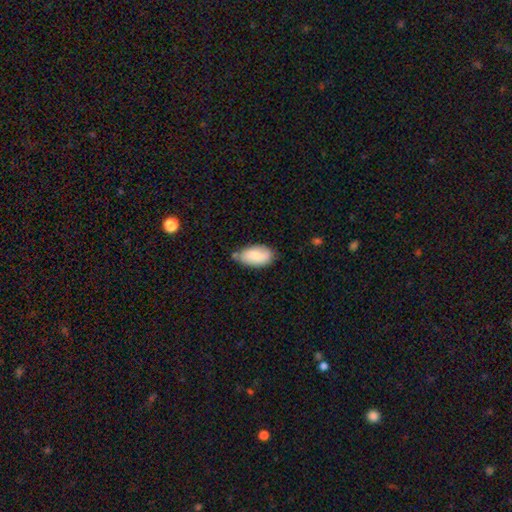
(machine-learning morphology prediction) smooth_or_featured: smooth (p=0.79) [alt: featured or disk p=0.15]
how_rounded: in between (p=0.94) [alt: round p=0.03]
merging: none (p=0.61) [alt: minor disturbance p=0.28]